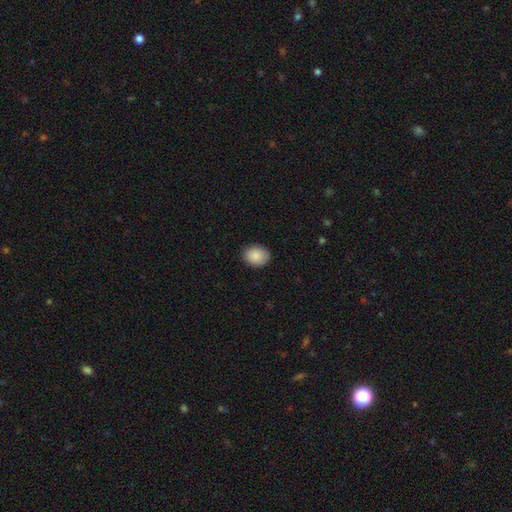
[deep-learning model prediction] Morphology: type=smooth (88%); roundness=in between (52%); merging=none (87%).